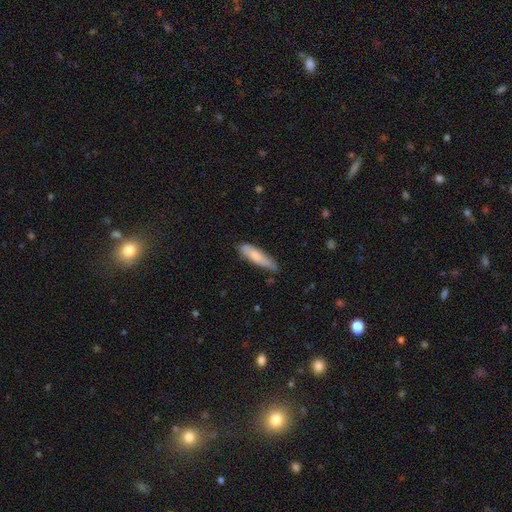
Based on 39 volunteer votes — Smooth or featured?
  - smooth: 74% *
  - featured or disk: 26%
  - star or artifact: 0%
How rounded?
  - cigar-shaped: 66% *
  - in between: 34%
  - round: 0%
Merging?
  - none: 77% *
  - minor disturbance: 13%
  - major disturbance: 10%
  - merger: 0%